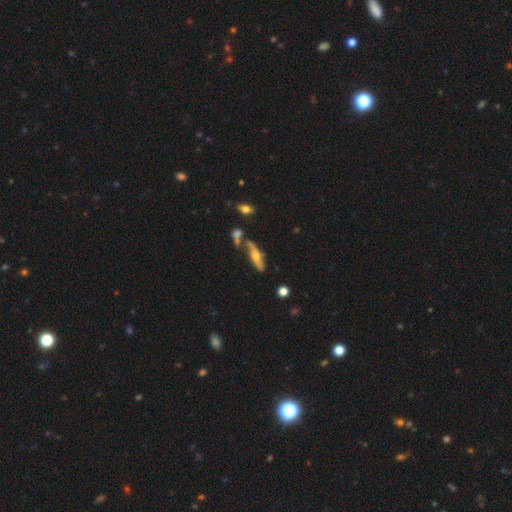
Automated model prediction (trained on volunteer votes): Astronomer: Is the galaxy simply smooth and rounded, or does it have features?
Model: featured or disk — 60%.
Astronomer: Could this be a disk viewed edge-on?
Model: yes — 76%.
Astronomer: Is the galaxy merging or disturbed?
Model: none — 61%.